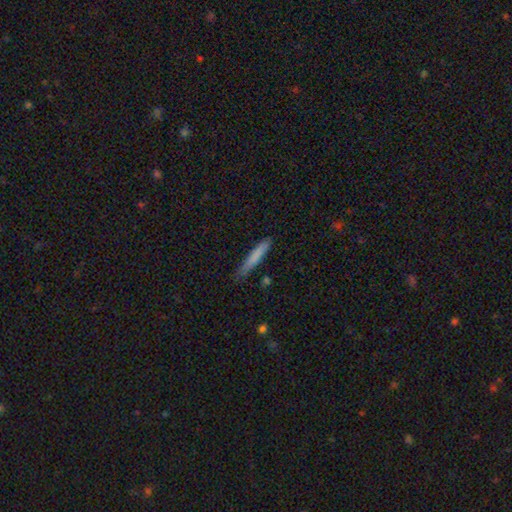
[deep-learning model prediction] This is likely a smooth galaxy (78%). How rounded: clearly cigar-shaped (93%). Merging: likely none (77%).